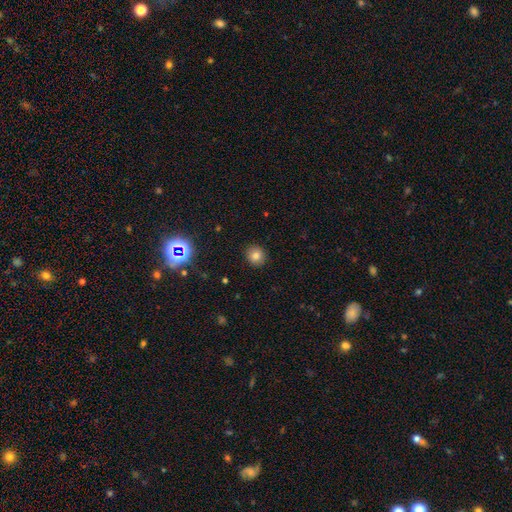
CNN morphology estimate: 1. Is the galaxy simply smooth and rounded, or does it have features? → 79% smooth, 14% star or artifact, 8% featured or disk.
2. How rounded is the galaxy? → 88% round, 11% in between, 1% cigar-shaped.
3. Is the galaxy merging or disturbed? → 91% none, 6% minor disturbance, 2% major disturbance, 1% merger.